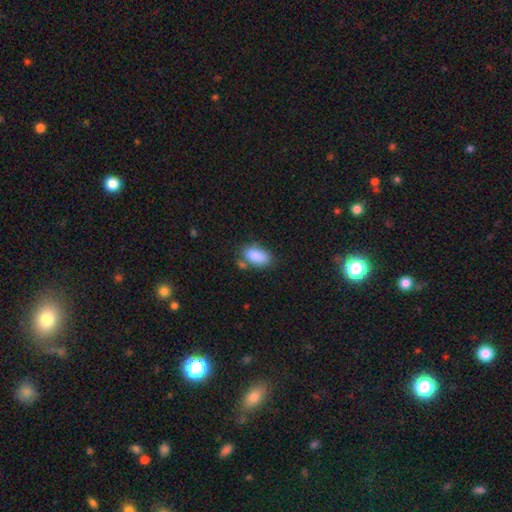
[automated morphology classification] This is clearly a smooth galaxy (88%). How rounded: clearly in between (93%). Merging: likely none (64%).